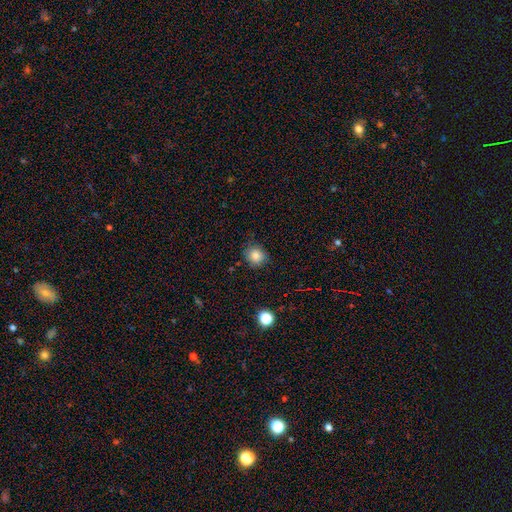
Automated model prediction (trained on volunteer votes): Q: Smooth or featured?
A: smooth (83%); runner-up: star or artifact (11%)
Q: How rounded?
A: round (84%); runner-up: in between (15%)
Q: Merging?
A: none (81%); runner-up: minor disturbance (15%)